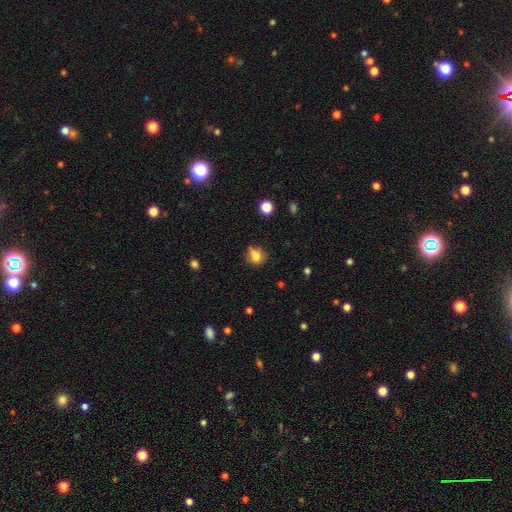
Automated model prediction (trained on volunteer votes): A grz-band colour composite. It shows a smooth galaxy with no disk features (76%) that is round (74%). Merging: none (56%).